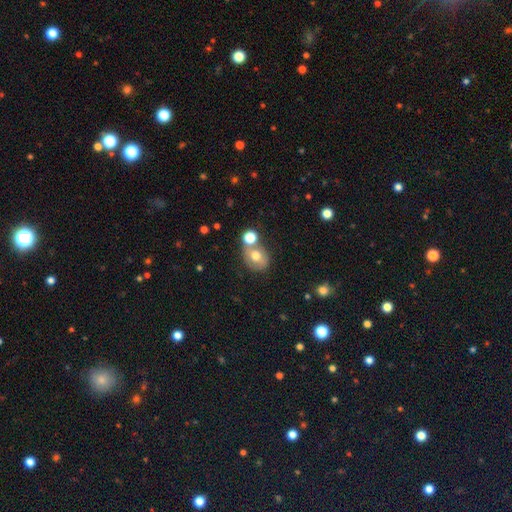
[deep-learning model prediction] Smooth or featured? smooth (66%)
How rounded? round (58%)
Merging? none (48%)